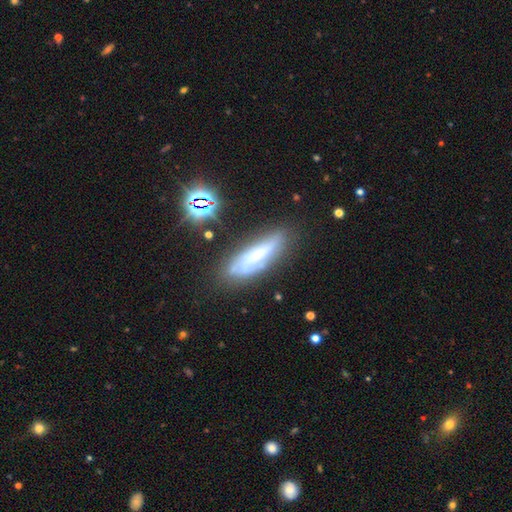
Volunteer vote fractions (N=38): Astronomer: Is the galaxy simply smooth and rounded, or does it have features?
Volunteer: smooth — 50% (runner-up: featured or disk, 37%).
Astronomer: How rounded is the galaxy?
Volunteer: cigar-shaped — 74%.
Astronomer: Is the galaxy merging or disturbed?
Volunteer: none — 67%.